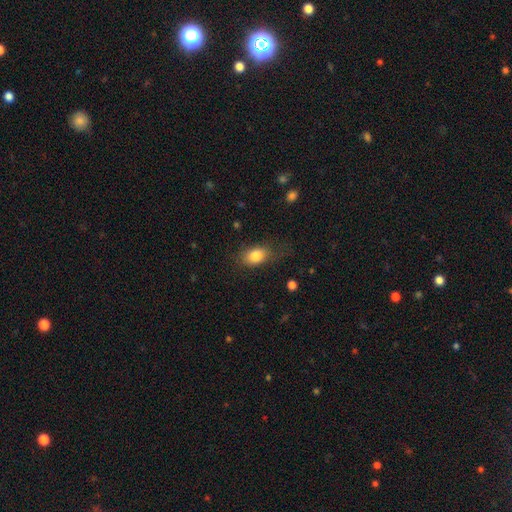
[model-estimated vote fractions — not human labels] The model was most divided on "merging": none: 68%, minor disturbance: 21%, major disturbance: 10%, merger: 1%. More confident: smooth or featured — smooth (83%); how rounded — in between (81%).